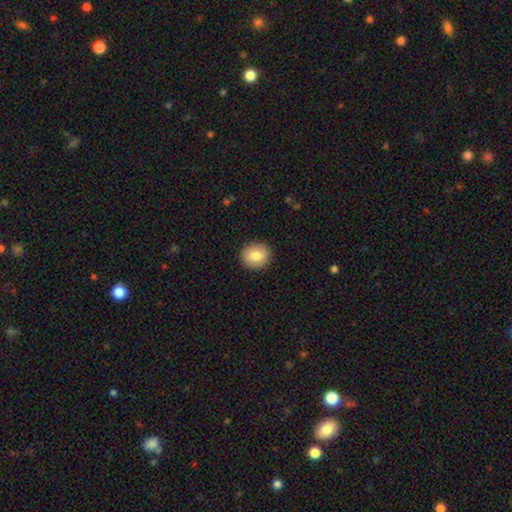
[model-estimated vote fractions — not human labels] smooth 80%, featured or disk 12%, star or artifact 8%. Down the decision tree: how rounded — round (78%); merging — none (91%).